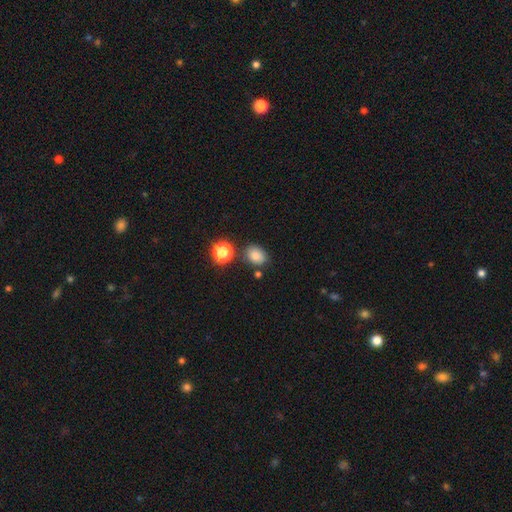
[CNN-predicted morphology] Smooth or featured: smooth — 81% (star or artifact — 13%)
How rounded: in between — 61% (round — 38%)
Merging: none — 76% (minor disturbance — 13%)